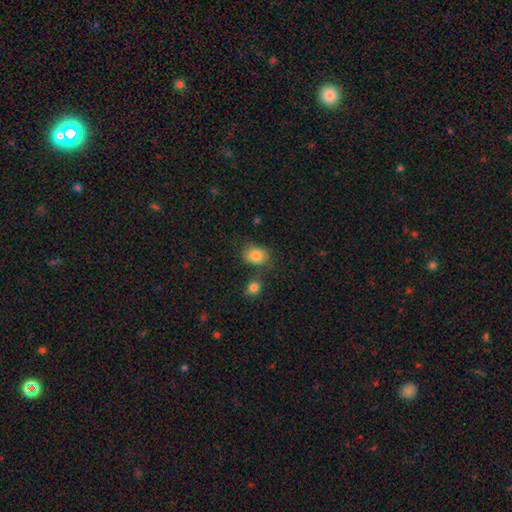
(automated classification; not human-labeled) A smooth galaxy with no disk features (84%) that is in between round and cigar-shaped (55%).

Vote fractions:
- Smooth or featured? smooth: 84% / star or artifact: 9% / featured or disk: 7%
- How rounded? in between: 55% / round: 44% / cigar-shaped: 1%
- Merging? none: 67% / minor disturbance: 17% / merger: 11% / major disturbance: 5%